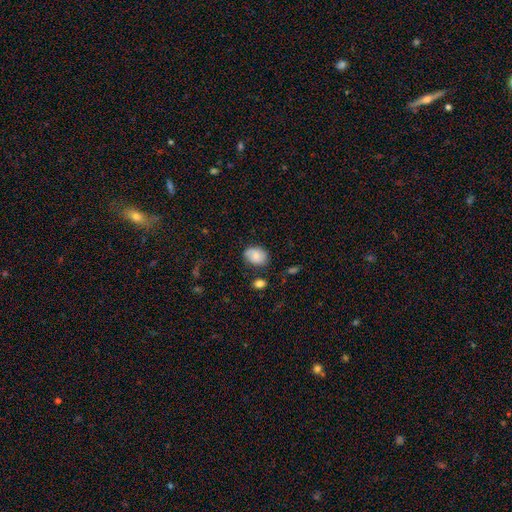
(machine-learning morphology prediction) type=smooth (66%); roundness=in between (65%); merging=none (71%).